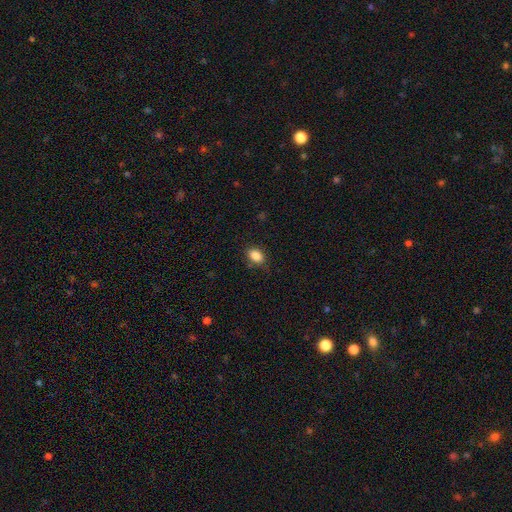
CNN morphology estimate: Smooth or featured: smooth — 86% (star or artifact — 9%)
How rounded: in between — 76% (round — 23%)
Merging: none — 79% (minor disturbance — 16%)